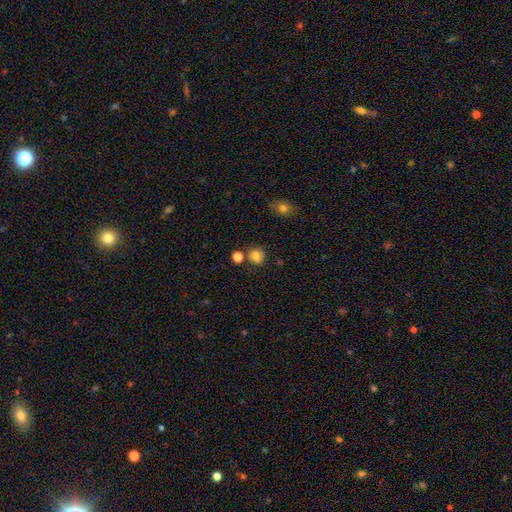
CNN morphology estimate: Overall: smooth (79%). How rounded: round (83%). Merging: none (74%).